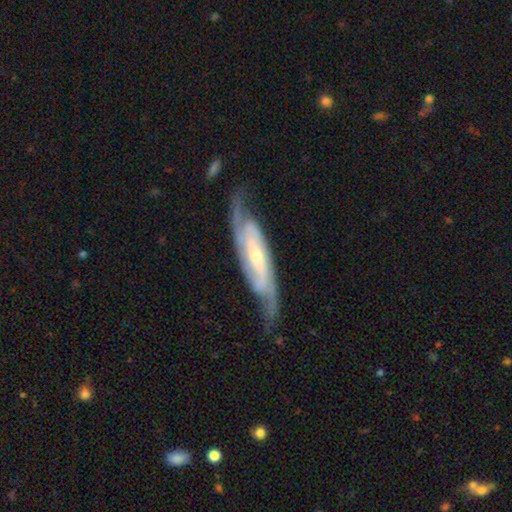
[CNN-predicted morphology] smooth_or_featured: featured or disk (p=0.89) [alt: smooth p=0.07]
disk_edge_on: no (p=0.86) [alt: yes p=0.14]
bar: weak (p=0.37) [alt: no p=0.33]
has_spiral_arms: yes (p=0.97) [alt: no p=0.03]
spiral_winding: medium (p=0.44) [alt: tight p=0.43]
spiral_arm_count: 2 (p=0.80) [alt: can't tell p=0.08]
bulge_size: small (p=0.57) [alt: moderate p=0.37]
merging: none (p=0.73) [alt: minor disturbance p=0.18]